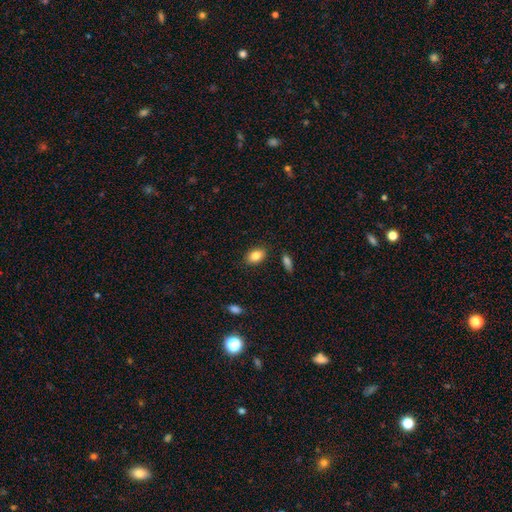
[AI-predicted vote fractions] Smooth or featured? smooth (84%)
How rounded? in between (88%)
Merging? none (86%)